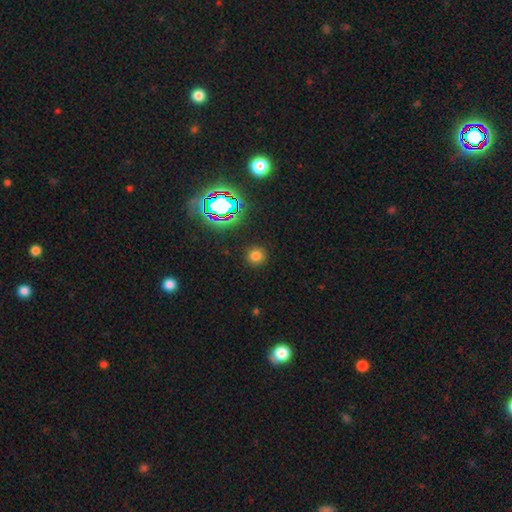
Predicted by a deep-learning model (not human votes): Smooth or featured: smooth — 73% (star or artifact — 22%)
How rounded: round — 91% (in between — 8%)
Merging: none — 90% (minor disturbance — 6%)